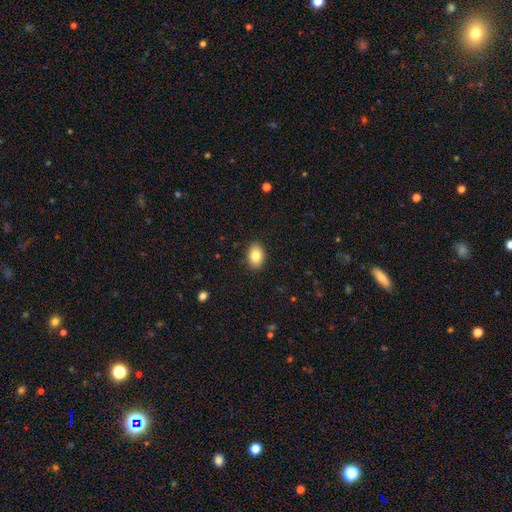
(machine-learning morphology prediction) Q: Smooth or featured?
A: smooth (83%); runner-up: featured or disk (9%)
Q: How rounded?
A: in between (81%); runner-up: round (18%)
Q: Merging?
A: none (89%); runner-up: minor disturbance (8%)